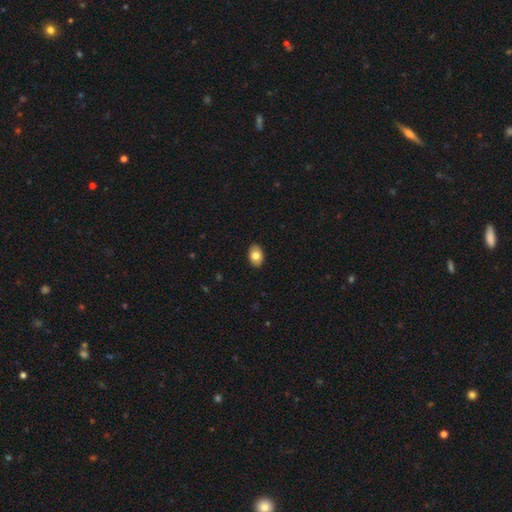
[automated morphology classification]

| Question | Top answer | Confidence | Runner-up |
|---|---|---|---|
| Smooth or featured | smooth | 81% | featured or disk (12%) |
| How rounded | in between | 86% | round (13%) |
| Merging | none | 90% | minor disturbance (8%) |